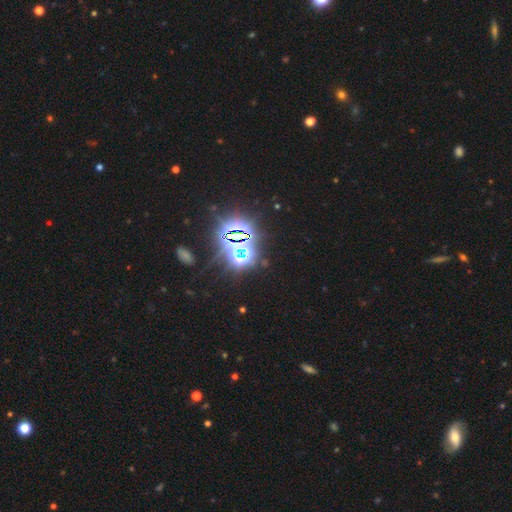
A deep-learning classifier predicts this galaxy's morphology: A star or artifact, not a galaxy (84%).